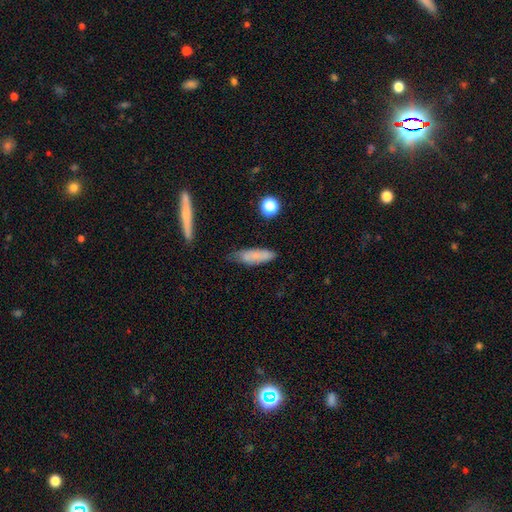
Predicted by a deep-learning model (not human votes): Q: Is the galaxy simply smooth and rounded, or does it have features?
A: smooth — 73%.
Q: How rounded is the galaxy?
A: cigar-shaped — 61%.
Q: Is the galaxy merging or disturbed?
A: none — 64%.